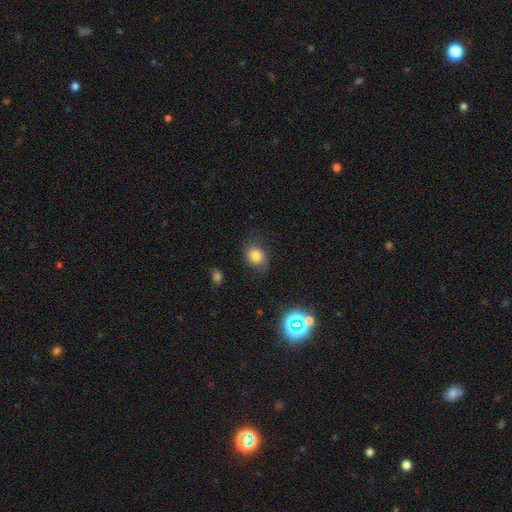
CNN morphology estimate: This appears to be a smooth galaxy with no disk features (77%) that is in between round and cigar-shaped (52%). Merging: none (68%).